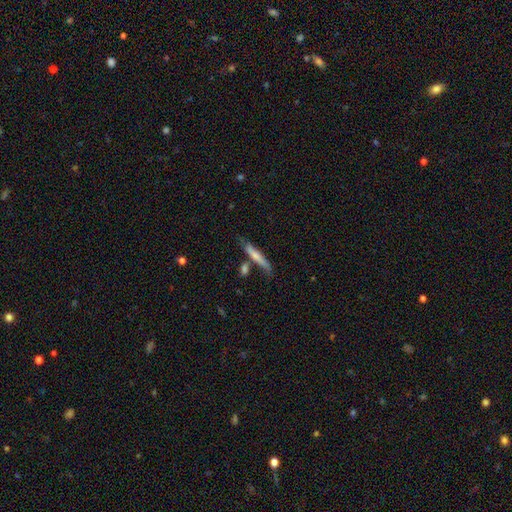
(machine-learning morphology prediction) Smooth or featured? Predicted: smooth (p=0.60). How rounded? Predicted: cigar-shaped (p=0.90). Merging? Predicted: none (p=0.59).